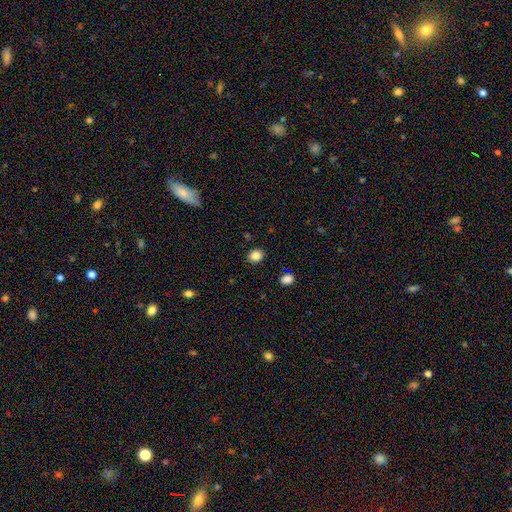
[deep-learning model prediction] Smooth or featured? smooth (85%)
How rounded? round (68%)
Merging? none (89%)